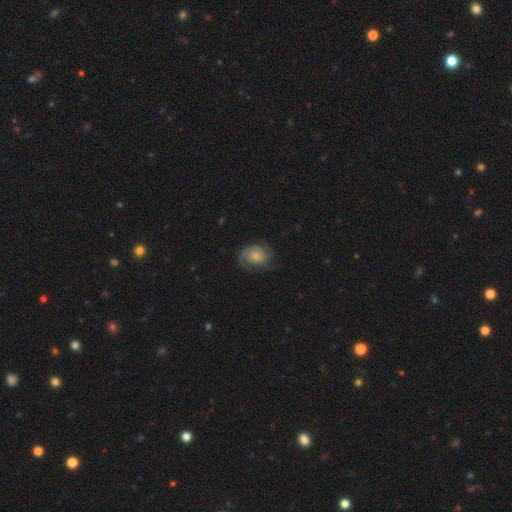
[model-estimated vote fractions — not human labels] A featured or disk galaxy (78%) with no bar (74%), 2 (53%) tight (50%) spiral arms (95%) and a moderate central bulge (41%, tied with small). Merging: none (72%).